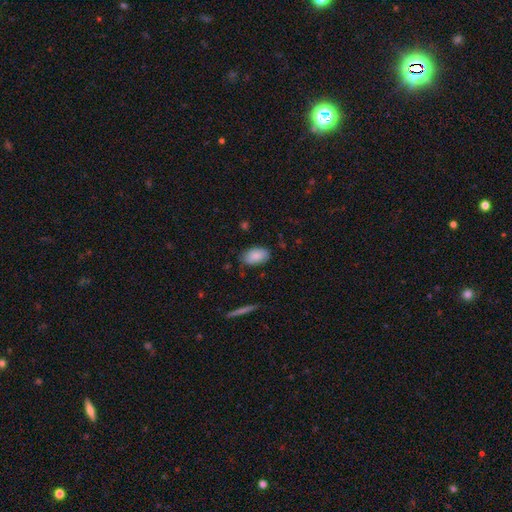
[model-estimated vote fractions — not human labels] smooth_or_featured: smooth (p=0.85) [alt: featured or disk p=0.09]
how_rounded: in between (p=0.93) [alt: round p=0.06]
merging: none (p=0.77) [alt: minor disturbance p=0.18]